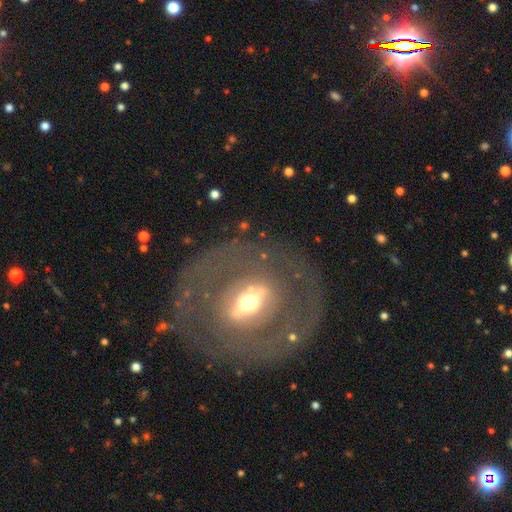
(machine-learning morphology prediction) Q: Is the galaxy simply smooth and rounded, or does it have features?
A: featured or disk — 68%.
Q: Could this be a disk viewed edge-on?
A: no — 91%.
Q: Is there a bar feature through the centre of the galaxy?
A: weak — 38%.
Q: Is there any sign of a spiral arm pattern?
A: no — 62%.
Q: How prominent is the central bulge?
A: moderate — 56%.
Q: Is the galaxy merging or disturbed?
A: none — 79%.